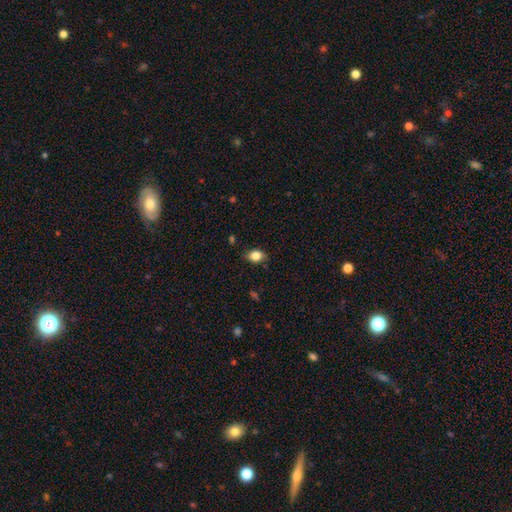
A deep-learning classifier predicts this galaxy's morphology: smooth 84%, star or artifact 9%, featured or disk 7%. Down the decision tree: how rounded — in between (66%); merging — none (81%).